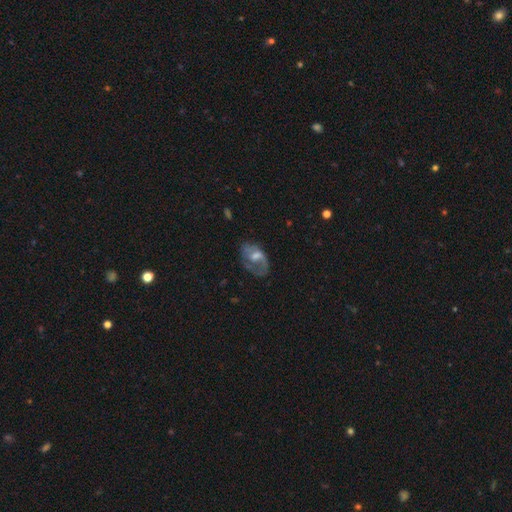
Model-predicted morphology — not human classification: Overall: featured or disk (59%; smooth 33%). Edge-on disk: no (95%). Bar: no (46%; weak 43%). Spiral arms: yes (67%; no 33%). Bulge size: moderate (51%; small 25%). Merging: none (44%; major disturbance 29%).